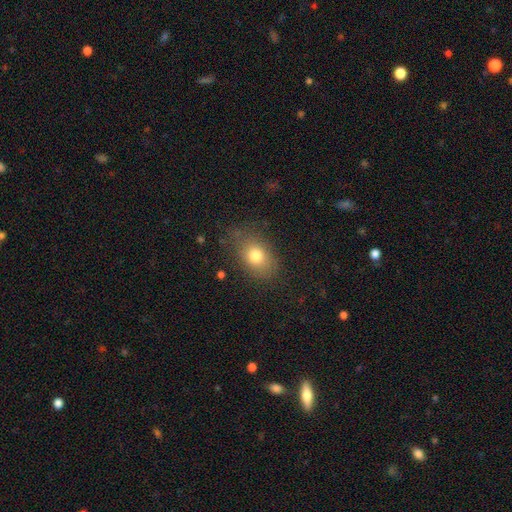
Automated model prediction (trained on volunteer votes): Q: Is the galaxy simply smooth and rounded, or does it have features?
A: smooth — 77%.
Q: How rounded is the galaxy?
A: in between — 72%.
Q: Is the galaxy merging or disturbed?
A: none — 75%.